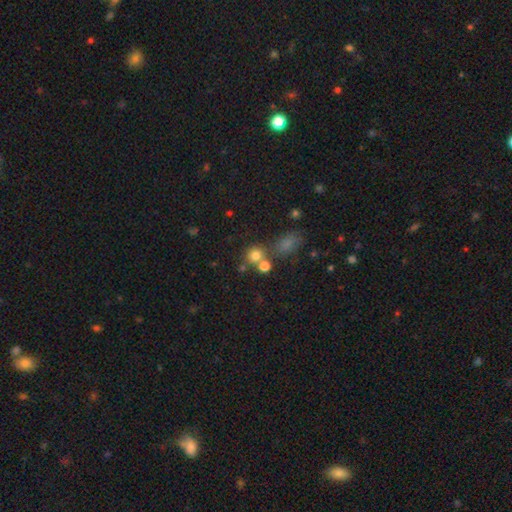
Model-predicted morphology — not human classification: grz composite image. It shows a smooth galaxy with no disk features (76%) that is round (86%). Merging: none (59%).